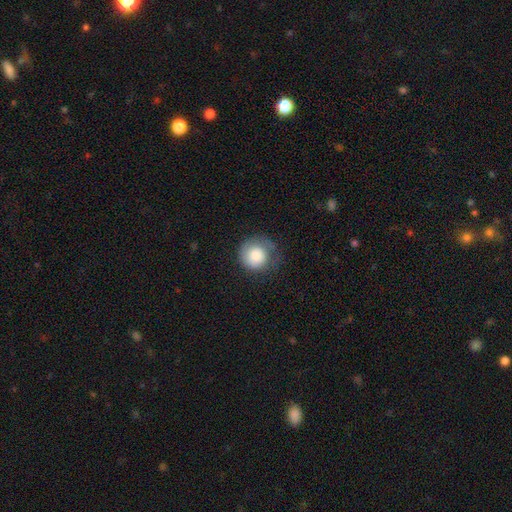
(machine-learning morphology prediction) Smooth or featured? smooth (79%)
How rounded? round (91%)
Merging? none (55%)